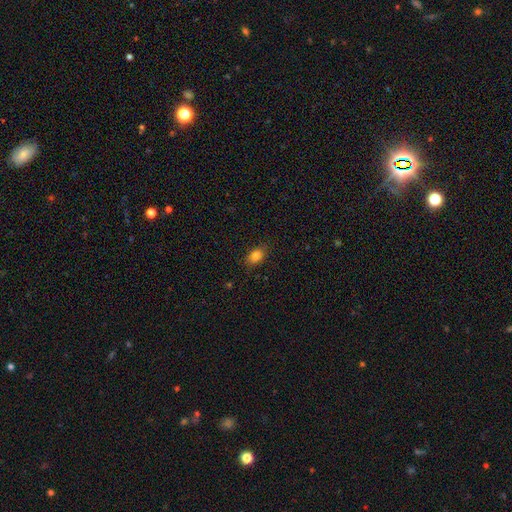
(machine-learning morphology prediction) This is clearly a smooth galaxy (84%). How rounded: likely in between (79%). Merging: clearly none (83%).